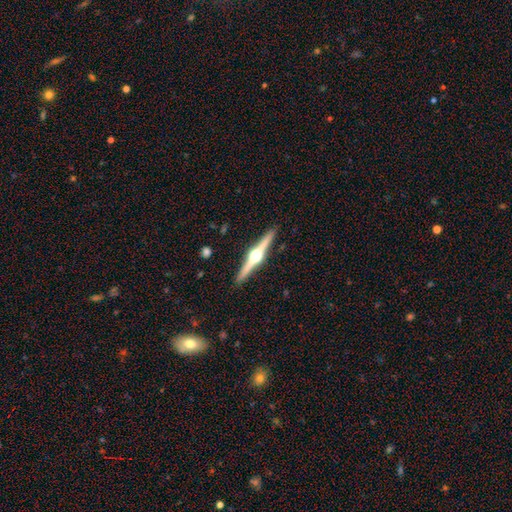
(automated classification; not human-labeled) A featured or disk galaxy (85%) viewed edge-on (99%) with a rounded central bulge (97%). Merging: none (92%).